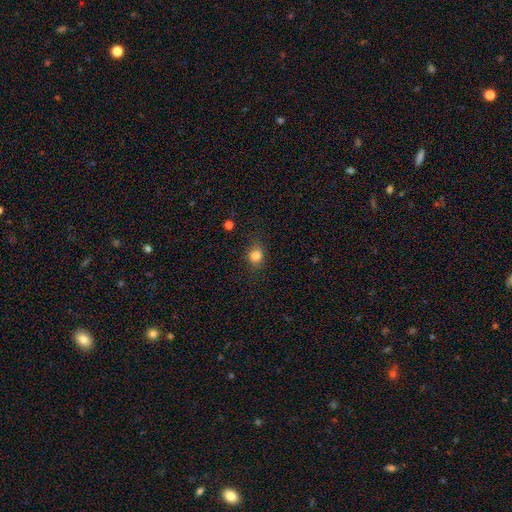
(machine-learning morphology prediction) type=smooth (82%); roundness=round (70%); merging=none (78%).